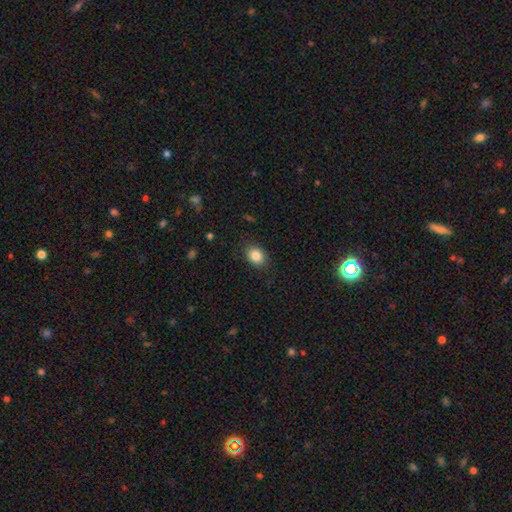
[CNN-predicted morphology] smooth_or_featured: smooth (p=0.85) [alt: star or artifact p=0.09]
how_rounded: in between (p=0.57) [alt: round p=0.42]
merging: none (p=0.85) [alt: minor disturbance p=0.11]